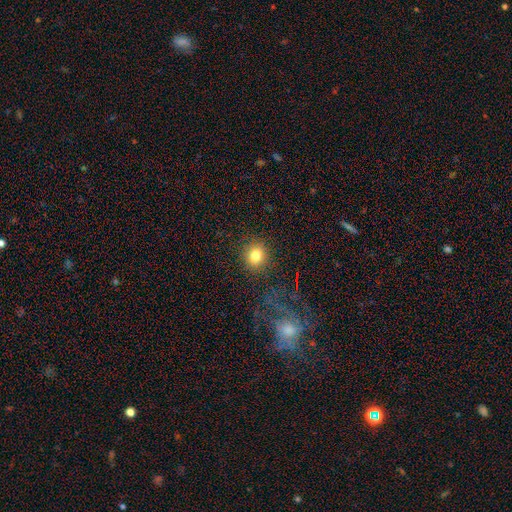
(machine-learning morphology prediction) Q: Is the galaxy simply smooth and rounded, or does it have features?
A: smooth — 81%.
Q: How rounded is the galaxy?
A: round — 84%.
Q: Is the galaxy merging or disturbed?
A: none — 88%.